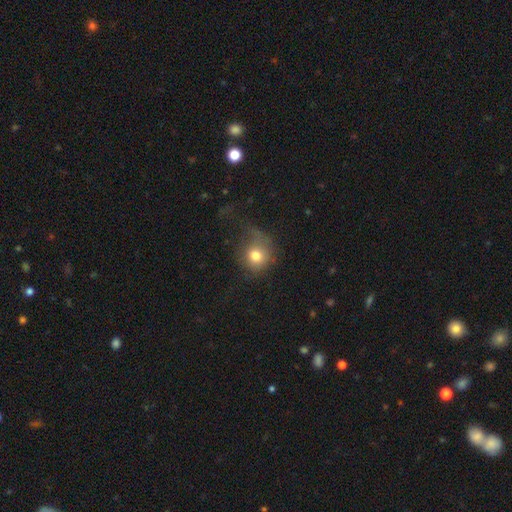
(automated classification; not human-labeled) Smooth or featured: smooth — 75% (featured or disk — 13%)
How rounded: round — 84% (in between — 15%)
Merging: none — 44% (major disturbance — 29%)